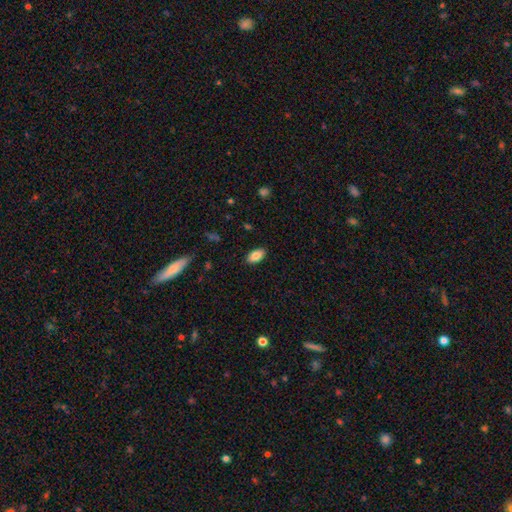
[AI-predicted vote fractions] Smooth or featured: smooth — 86% (star or artifact — 7%)
How rounded: in between — 93% (cigar-shaped — 4%)
Merging: none — 88% (minor disturbance — 9%)